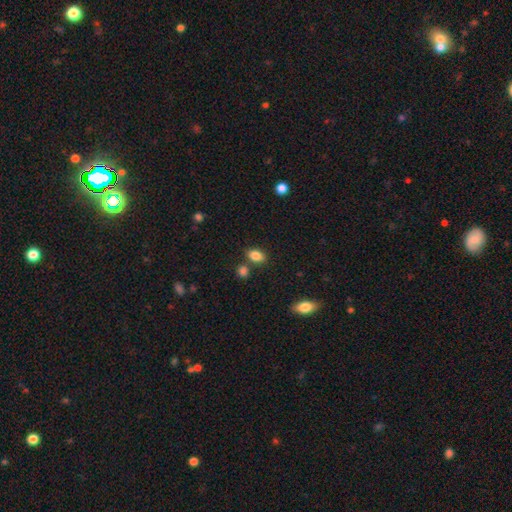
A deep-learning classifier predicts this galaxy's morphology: A smooth galaxy with no disk features (85%) that is in between round and cigar-shaped (83%).

Vote fractions:
- Smooth or featured? smooth: 85% / star or artifact: 10% / featured or disk: 5%
- How rounded? in between: 83% / round: 16% / cigar-shaped: 2%
- Merging? none: 74% / minor disturbance: 12% / merger: 10% / major disturbance: 3%